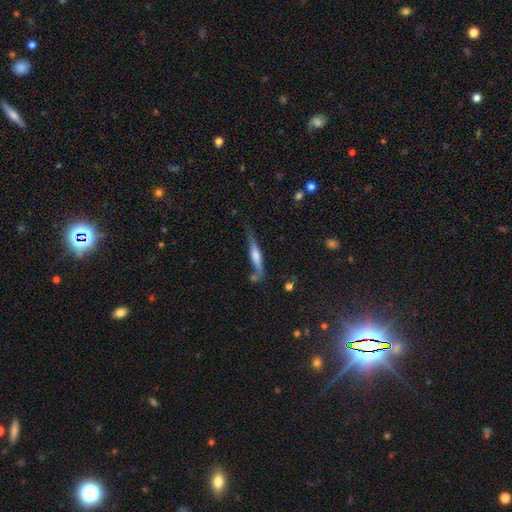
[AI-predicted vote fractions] A featured or disk galaxy (54%) viewed edge-on (94%) with a rounded central bulge (67%).

Vote fractions:
- Smooth or featured? featured or disk: 54% / smooth: 40% / star or artifact: 6%
- Edge-on disk? yes: 94% / no: 6%
- Edge-on bulge? rounded: 67% / boxy: 20% / none: 13%
- Merging? none: 64% / minor disturbance: 21% / merger: 10% / major disturbance: 6%